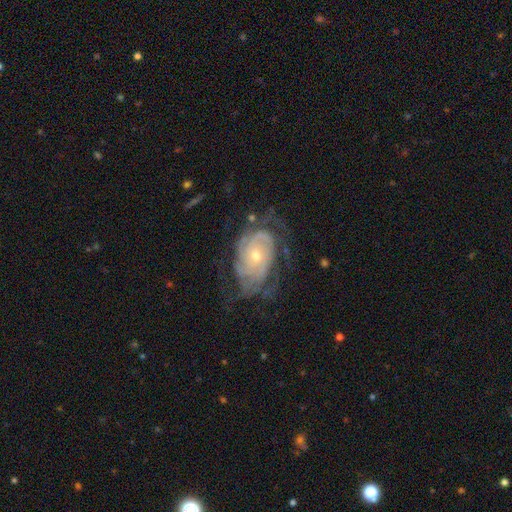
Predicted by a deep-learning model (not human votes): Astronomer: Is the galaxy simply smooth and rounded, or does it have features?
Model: featured or disk — 82%.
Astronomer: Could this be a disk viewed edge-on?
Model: no — 96%.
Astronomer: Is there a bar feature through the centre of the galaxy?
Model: no — 76%.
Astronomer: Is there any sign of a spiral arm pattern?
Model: yes — 90%.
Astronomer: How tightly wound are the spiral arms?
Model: tight — 65%.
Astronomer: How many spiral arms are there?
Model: can't tell — 43% (runner-up: 2, 22%).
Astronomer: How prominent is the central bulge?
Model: small — 59% (runner-up: moderate, 37%).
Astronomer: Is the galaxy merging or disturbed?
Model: none — 56%.